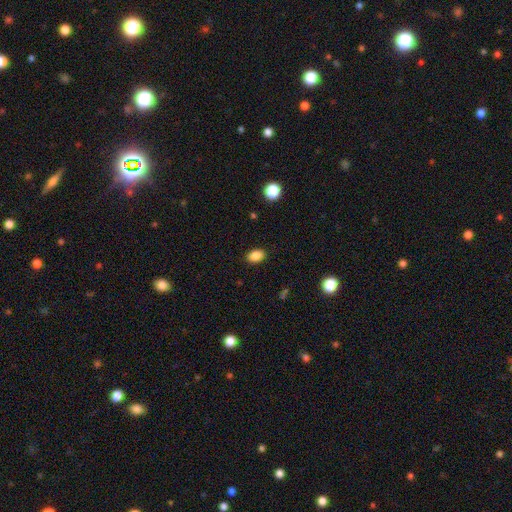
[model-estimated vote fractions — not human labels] Q: Smooth or featured?
A: smooth (87%); runner-up: star or artifact (9%)
Q: How rounded?
A: in between (84%); runner-up: round (15%)
Q: Merging?
A: none (89%); runner-up: minor disturbance (8%)